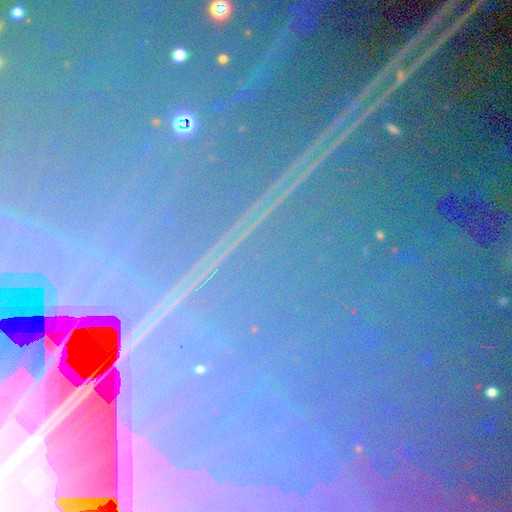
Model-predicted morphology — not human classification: smooth-or-featured: star or artifact: 88% | featured or disk: 7% | smooth: 5%